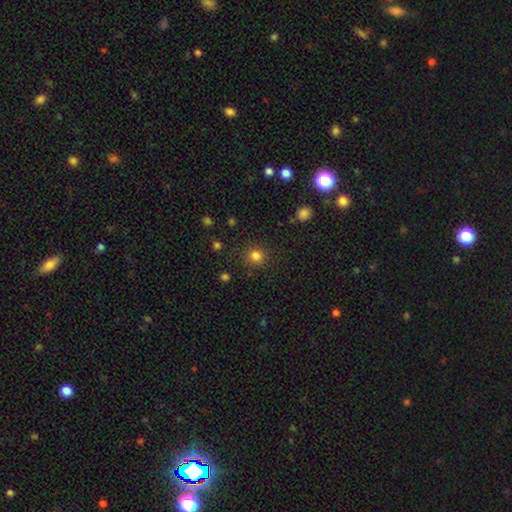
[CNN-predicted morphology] A smooth galaxy with no disk features (82%) that is round (92%).

Vote fractions:
- Smooth or featured? smooth: 82% / star or artifact: 13% / featured or disk: 5%
- How rounded? round: 92% / in between: 7% / cigar-shaped: 1%
- Merging? none: 88% / minor disturbance: 7% / major disturbance: 3% / merger: 2%